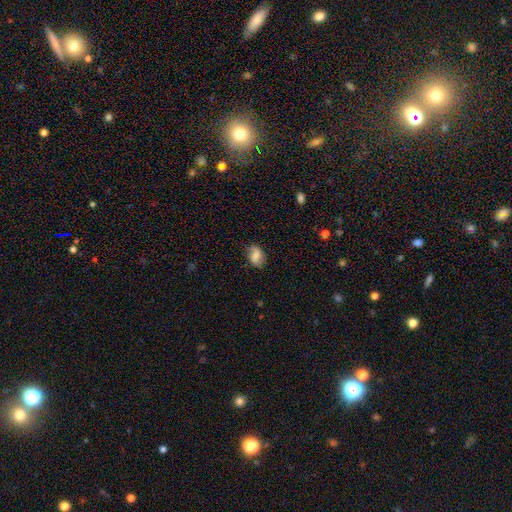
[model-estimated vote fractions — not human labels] Smooth or featured: smooth — 64% (featured or disk — 27%)
How rounded: in between — 78% (round — 20%)
Merging: none — 71% (minor disturbance — 21%)